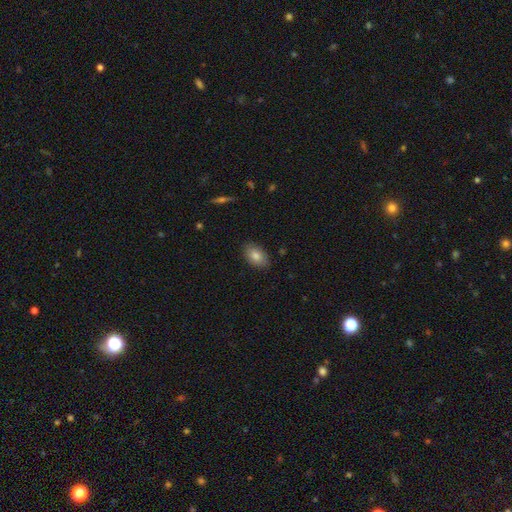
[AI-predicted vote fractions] A smooth galaxy with no disk features (82%) that is in between round and cigar-shaped (89%). Merging: none (85%).